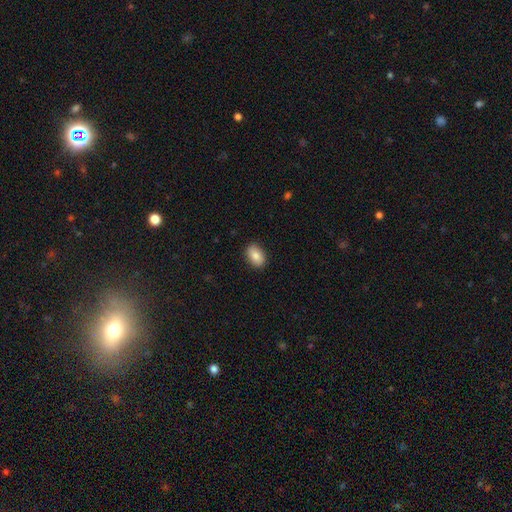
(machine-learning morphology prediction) A smooth galaxy with no disk features (83%) that is in between round and cigar-shaped (84%). Merging: none (89%).